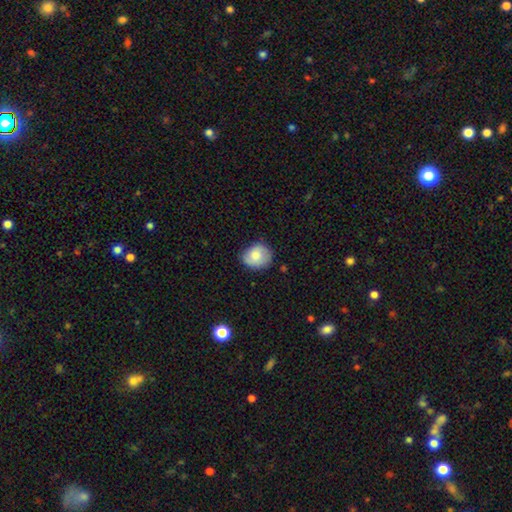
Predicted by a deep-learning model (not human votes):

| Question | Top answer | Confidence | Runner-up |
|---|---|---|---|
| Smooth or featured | smooth | 71% | featured or disk (22%) |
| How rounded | round | 64% | in between (35%) |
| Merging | none | 72% | minor disturbance (23%) |